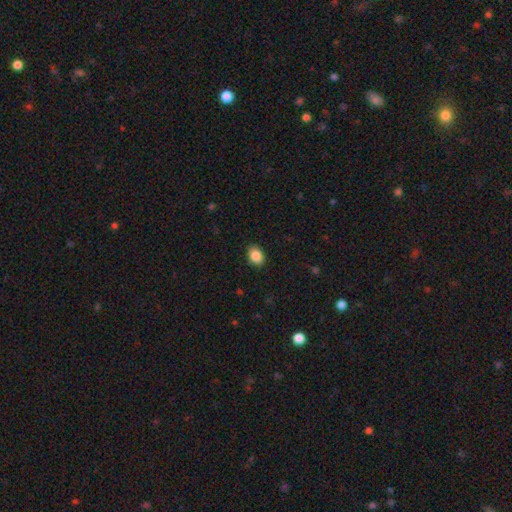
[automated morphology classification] type=smooth (88%); roundness=in between (71%); merging=none (89%).